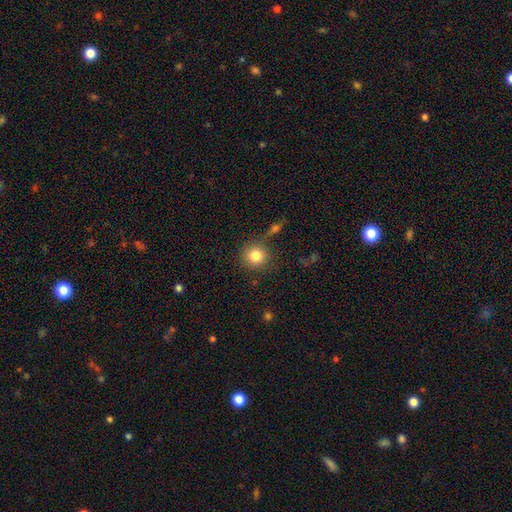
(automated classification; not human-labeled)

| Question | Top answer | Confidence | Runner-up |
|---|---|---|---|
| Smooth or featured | smooth | 83% | star or artifact (10%) |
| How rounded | round | 92% | in between (7%) |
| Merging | none | 81% | minor disturbance (9%) |